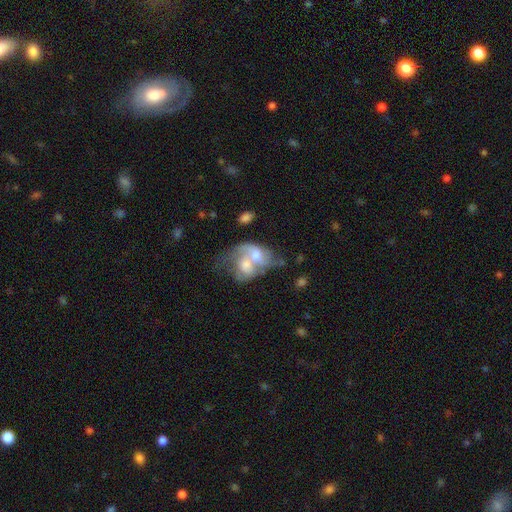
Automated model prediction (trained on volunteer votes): Q: Smooth or featured?
A: featured or disk (54%); runner-up: smooth (39%)
Q: Edge-on disk?
A: no (96%); runner-up: yes (4%)
Q: Bar?
A: no (72%); runner-up: weak (23%)
Q: Spiral arms?
A: yes (60%); runner-up: no (40%)
Q: Bulge size?
A: moderate (58%); runner-up: large (17%)
Q: Merging?
A: merger (77%); runner-up: major disturbance (9%)